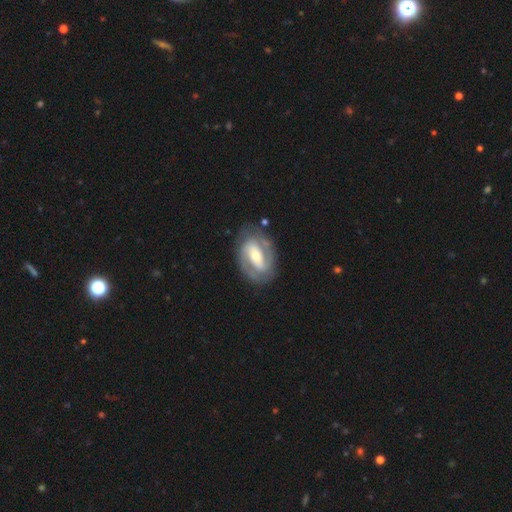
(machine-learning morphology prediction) This is clearly a featured or disk galaxy (81%). It is clearly not viewed edge-on (96%). Bar: possibly strong (46%). Spiral arm pattern: clearly yes (88%). Spiral arm count: likely 2 (79%). Spiral winding: possibly tight (50%). Central bulge: possibly moderate (55%). Merging: likely none (79%).